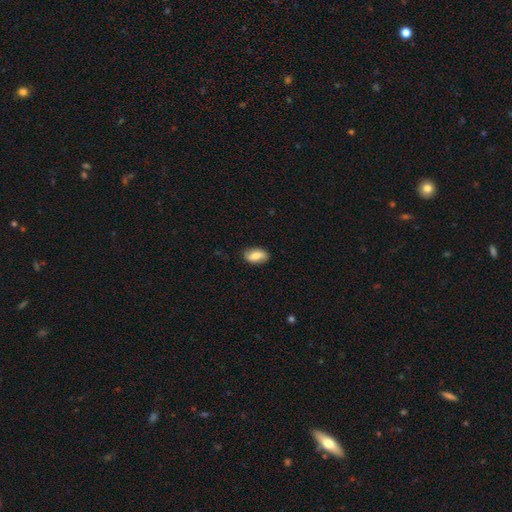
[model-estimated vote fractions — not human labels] A smooth galaxy with no disk features (74%) that is in between round and cigar-shaped (91%).

Vote fractions:
- Smooth or featured? smooth: 74% / featured or disk: 20% / star or artifact: 7%
- How rounded? in between: 91% / round: 6% / cigar-shaped: 3%
- Merging? none: 84% / minor disturbance: 13% / major disturbance: 2% / merger: 1%